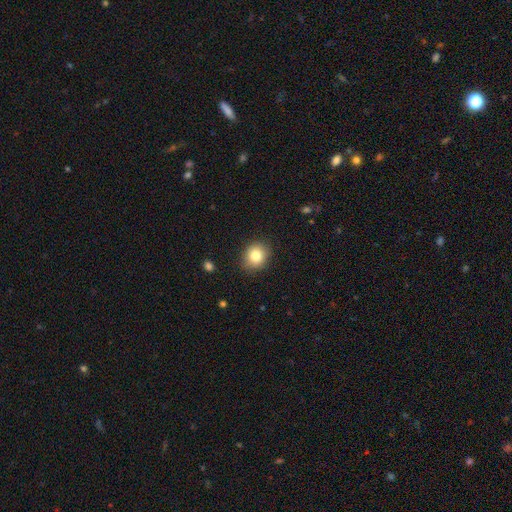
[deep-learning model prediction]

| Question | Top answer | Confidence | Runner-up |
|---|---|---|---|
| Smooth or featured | smooth | 82% | star or artifact (10%) |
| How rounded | round | 68% | in between (31%) |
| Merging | none | 87% | minor disturbance (9%) |